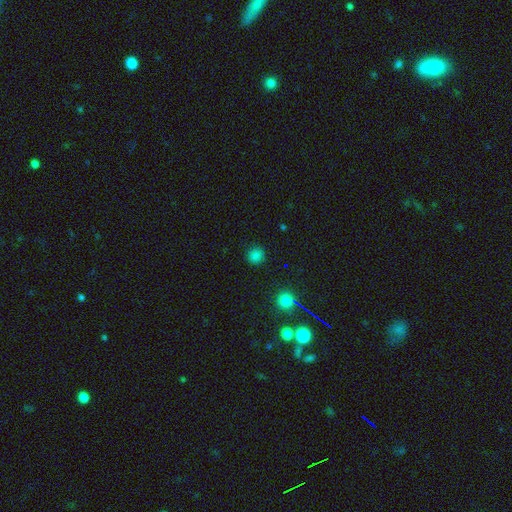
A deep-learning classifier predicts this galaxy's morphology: A smooth galaxy with no disk features (80%) that is round (90%). Merging: none (89%).